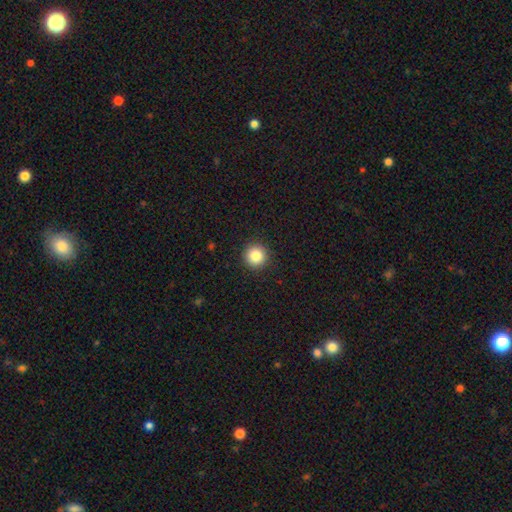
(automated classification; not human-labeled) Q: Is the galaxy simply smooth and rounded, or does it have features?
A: smooth — 84%.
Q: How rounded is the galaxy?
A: round — 96%.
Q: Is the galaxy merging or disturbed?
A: none — 93%.